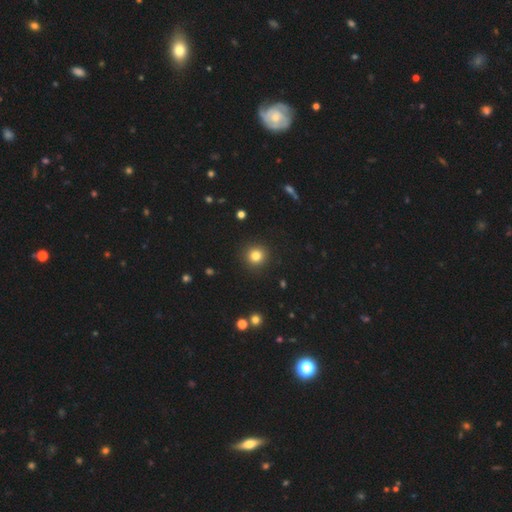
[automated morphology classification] Overall: smooth (81%). How rounded: round (94%). Merging: none (92%).